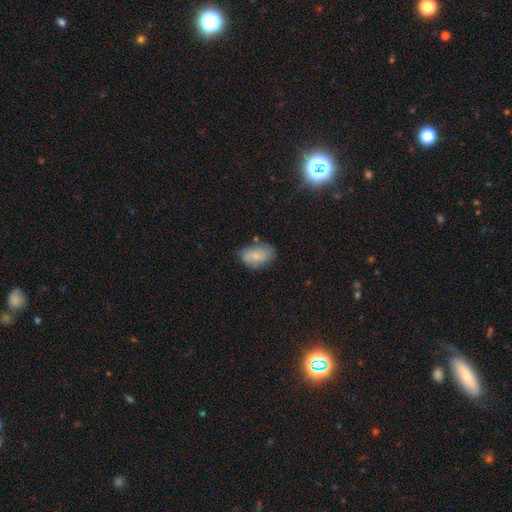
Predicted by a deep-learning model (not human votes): Smooth or featured: smooth — 73% (featured or disk — 20%)
How rounded: in between — 89% (round — 9%)
Merging: none — 66% (minor disturbance — 25%)